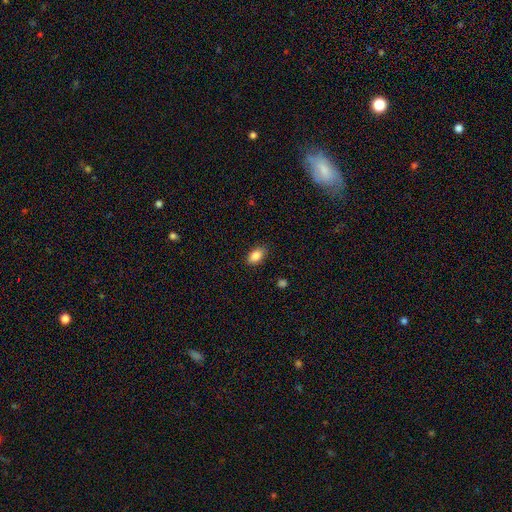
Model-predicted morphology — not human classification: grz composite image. It shows a smooth galaxy with no disk features (87%) that is in between round and cigar-shaped (90%). Merging: none (86%).